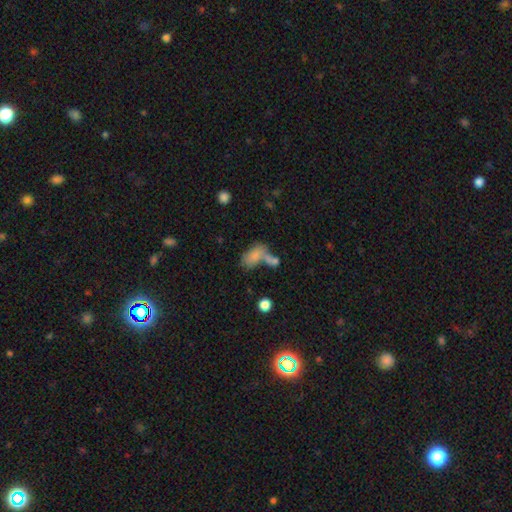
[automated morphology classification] A smooth galaxy with no disk features (75%) that is in between round and cigar-shaped (88%). Merging: merger (47%).